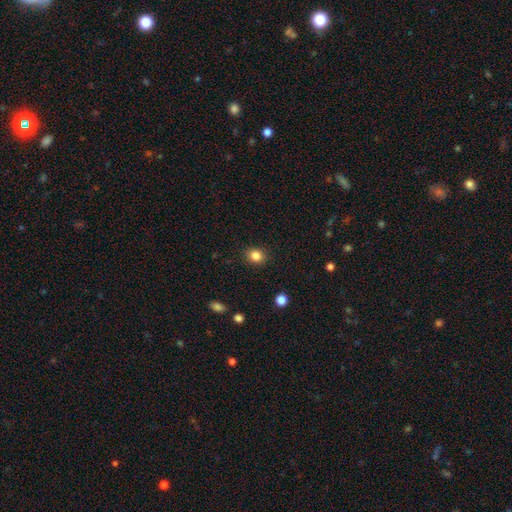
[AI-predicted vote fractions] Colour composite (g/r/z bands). It shows a smooth galaxy with no disk features (84%) that is round (65%). Merging: none (89%).